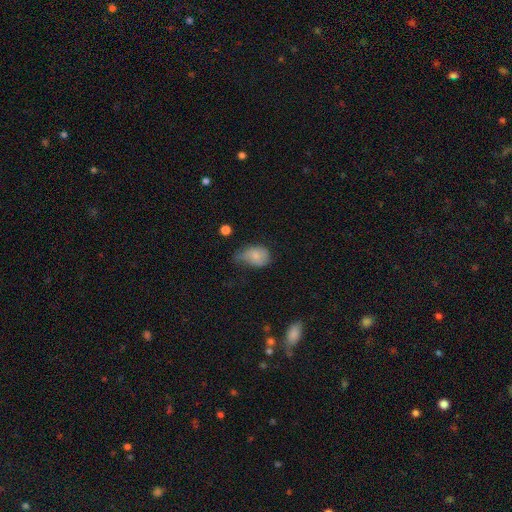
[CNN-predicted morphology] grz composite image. It shows a smooth galaxy with no disk features (74%) that is in between round and cigar-shaped (73%). Merging: minor disturbance (45%).